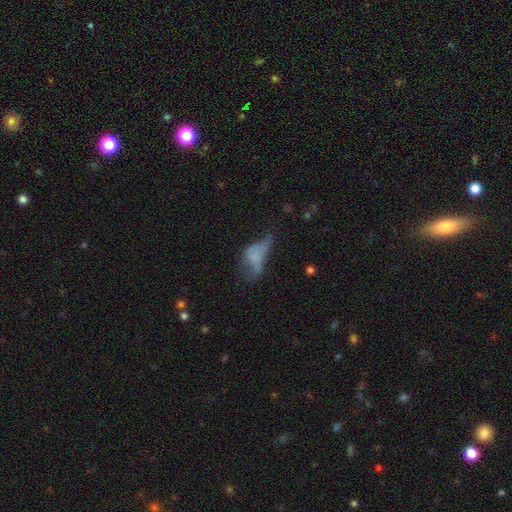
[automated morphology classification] Q: Smooth or featured?
A: smooth (48%); runner-up: featured or disk (37%)
Q: Merging?
A: major disturbance (47%); runner-up: none (20%)